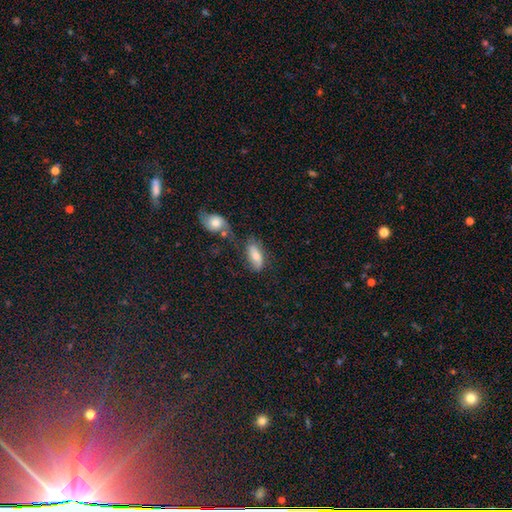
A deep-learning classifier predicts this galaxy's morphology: Overall: smooth (70%). How rounded: in between (82%). Merging: none (48%; minor disturbance 21%).